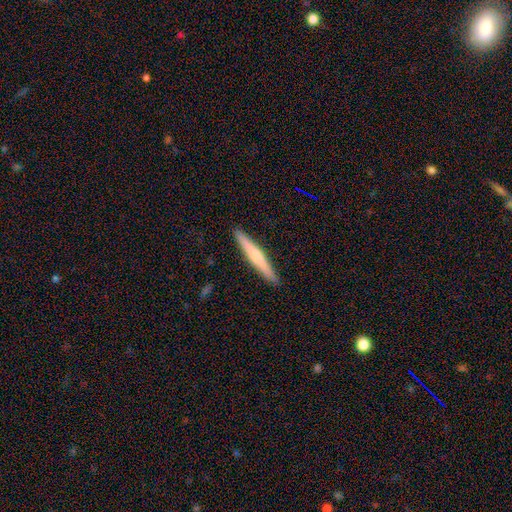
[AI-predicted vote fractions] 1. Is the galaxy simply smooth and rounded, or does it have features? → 52% smooth, 42% featured or disk, 5% star or artifact.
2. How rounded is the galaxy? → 96% cigar-shaped, 3% in between, 1% round.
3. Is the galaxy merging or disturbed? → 92% none, 6% minor disturbance, 1% major disturbance, 1% merger.